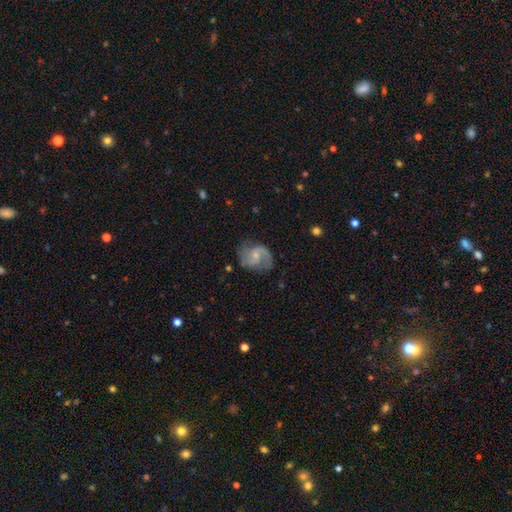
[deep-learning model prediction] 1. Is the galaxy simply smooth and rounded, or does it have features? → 76% featured or disk, 18% smooth, 6% star or artifact.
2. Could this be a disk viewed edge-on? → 98% no, 2% yes.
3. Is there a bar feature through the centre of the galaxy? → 51% no, 41% weak, 7% strong.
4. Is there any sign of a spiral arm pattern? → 94% yes, 6% no.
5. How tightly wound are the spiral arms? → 48% medium, 38% loose, 14% tight.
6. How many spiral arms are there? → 85% 2, 6% 1, 5% can't tell, 1% 3, 1% 4, 1% more than 4.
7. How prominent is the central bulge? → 59% small, 31% moderate, 8% none, 2% large, 1% dominant.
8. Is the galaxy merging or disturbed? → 69% none, 21% minor disturbance, 9% major disturbance, 2% merger.